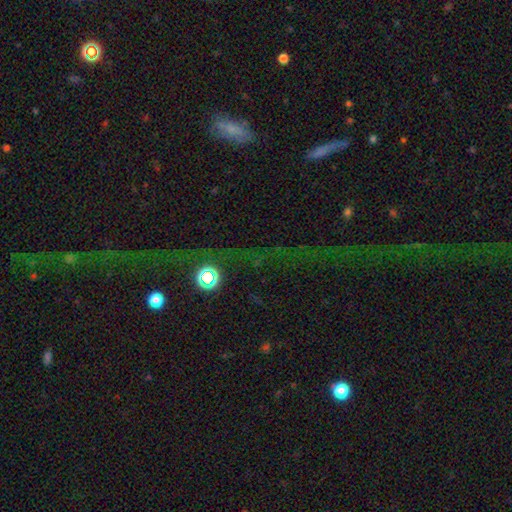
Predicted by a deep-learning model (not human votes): star or artifact 64%, featured or disk 18%, smooth 18%.